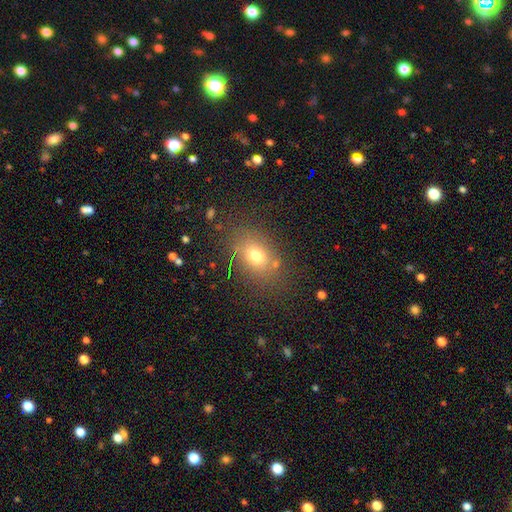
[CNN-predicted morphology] smooth-or-featured: smooth: 71% | star or artifact: 15% | featured or disk: 13%
  how-rounded: in between: 69% | round: 29% | cigar-shaped: 2%
  merging: none: 78% | minor disturbance: 13% | major disturbance: 6% | merger: 4%